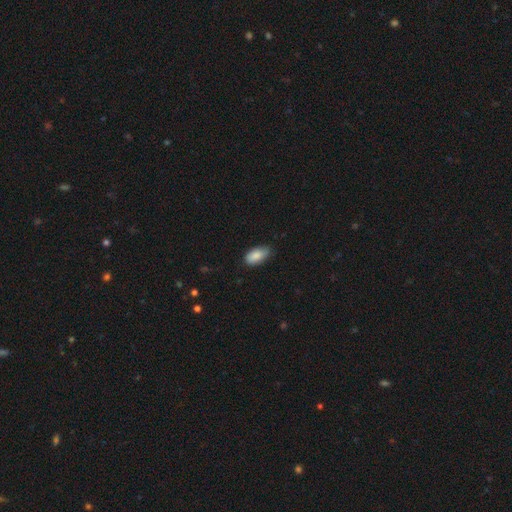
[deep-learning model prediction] Smooth or featured? Predicted: smooth (p=0.87). How rounded? Predicted: in between (p=0.93). Merging? Predicted: none (p=0.72).